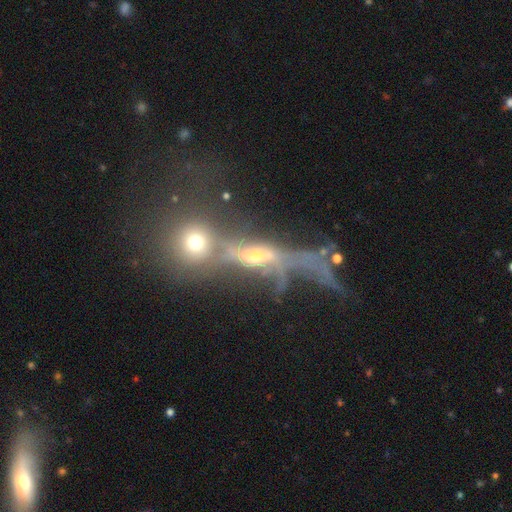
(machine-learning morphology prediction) This is possibly a featured or disk galaxy (55%). It is possibly not viewed edge-on (59%). Merging: possibly merger (50%).